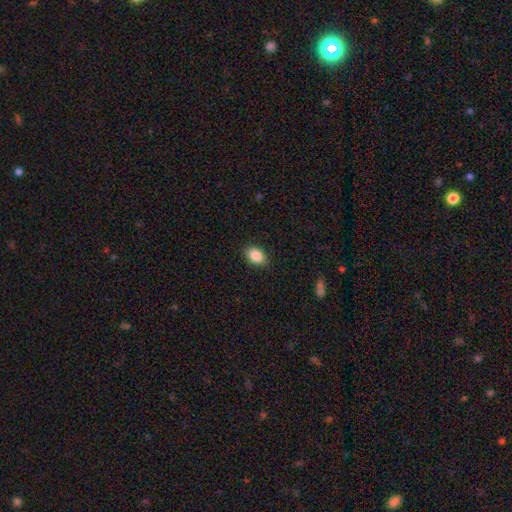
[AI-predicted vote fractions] This appears to be a smooth galaxy with no disk features (88%) that is in between round and cigar-shaped (84%). Merging: none (87%).